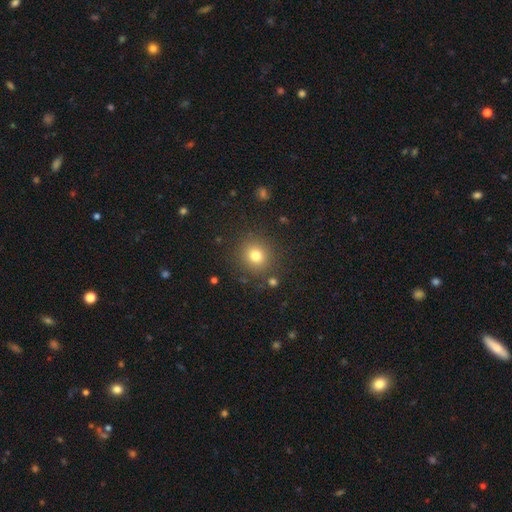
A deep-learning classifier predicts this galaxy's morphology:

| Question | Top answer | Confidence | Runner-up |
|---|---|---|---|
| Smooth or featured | smooth | 78% | star or artifact (14%) |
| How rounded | round | 88% | in between (11%) |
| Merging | none | 86% | minor disturbance (8%) |